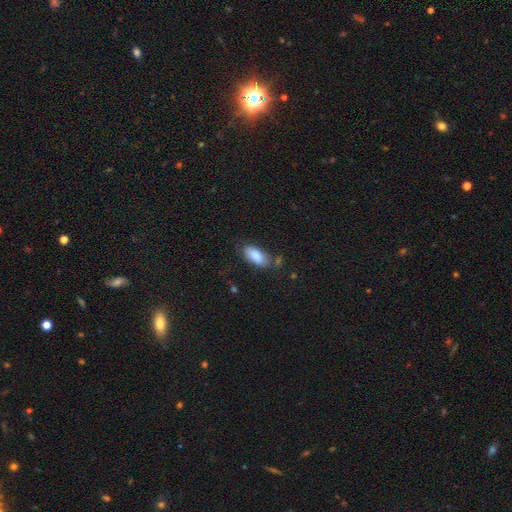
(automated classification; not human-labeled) Smooth or featured? Predicted: smooth (p=0.85). How rounded? Predicted: in between (p=0.88). Merging? Predicted: none (p=0.66).